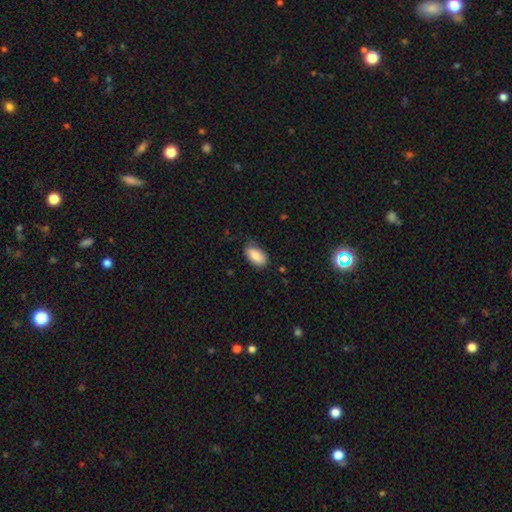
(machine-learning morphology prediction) Smooth or featured?
  - smooth: 86% *
  - featured or disk: 7%
  - star or artifact: 7%
How rounded?
  - in between: 94% *
  - round: 4%
  - cigar-shaped: 3%
Merging?
  - none: 69% *
  - minor disturbance: 25%
  - major disturbance: 5%
  - merger: 1%